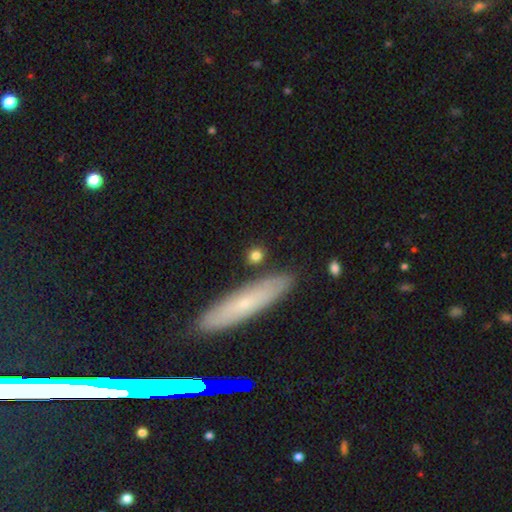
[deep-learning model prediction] Overall: smooth (81%). How rounded: round (72%). Merging: none (83%).